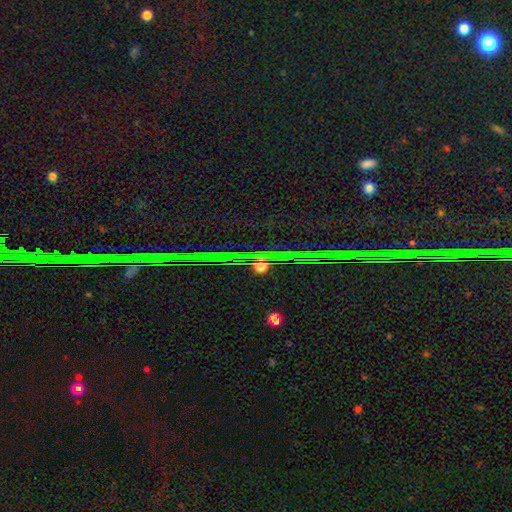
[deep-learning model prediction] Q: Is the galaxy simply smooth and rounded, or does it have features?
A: star or artifact — 85%.